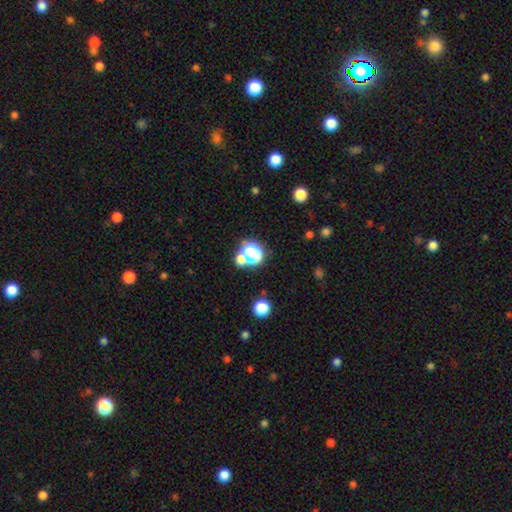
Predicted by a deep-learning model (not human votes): A smooth galaxy with no disk features (53%) that is round (79%).

Vote fractions:
- Smooth or featured? smooth: 53% / star or artifact: 37% / featured or disk: 10%
- How rounded? round: 79% / in between: 20% / cigar-shaped: 1%
- Merging? none: 56% / merger: 29% / minor disturbance: 9% / major disturbance: 5%